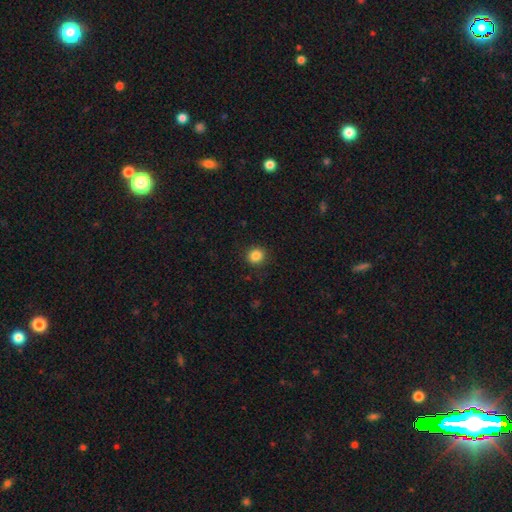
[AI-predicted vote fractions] Q: Smooth or featured?
A: smooth (85%); runner-up: star or artifact (11%)
Q: How rounded?
A: round (90%); runner-up: in between (9%)
Q: Merging?
A: none (90%); runner-up: minor disturbance (7%)